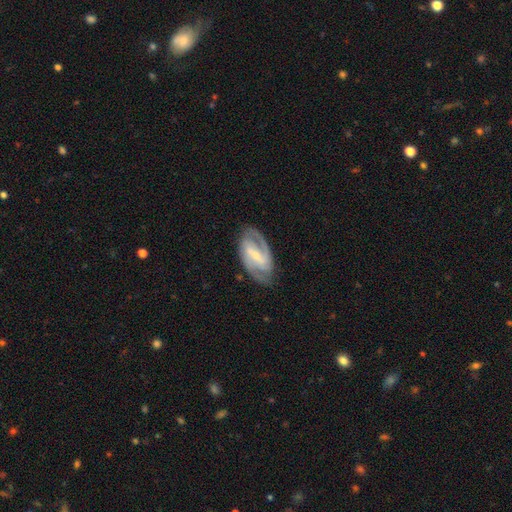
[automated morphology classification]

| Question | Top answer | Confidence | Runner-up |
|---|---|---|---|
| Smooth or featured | featured or disk | 89% | smooth (7%) |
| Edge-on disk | no | 96% | yes (4%) |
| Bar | strong | 54% | weak (36%) |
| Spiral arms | yes | 96% | no (4%) |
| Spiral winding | medium | 50% | tight (37%) |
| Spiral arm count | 2 | 86% | 3 (5%) |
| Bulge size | small | 63% | moderate (32%) |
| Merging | none | 80% | minor disturbance (14%) |